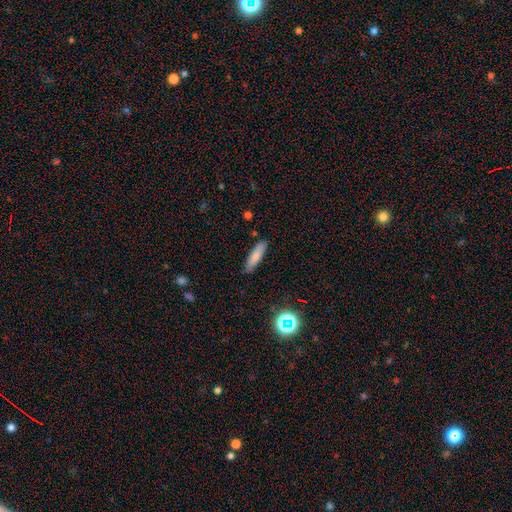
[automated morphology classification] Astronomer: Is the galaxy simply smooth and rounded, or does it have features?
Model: smooth — 79%.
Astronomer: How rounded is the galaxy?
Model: cigar-shaped — 71%.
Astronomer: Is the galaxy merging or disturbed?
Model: none — 87%.